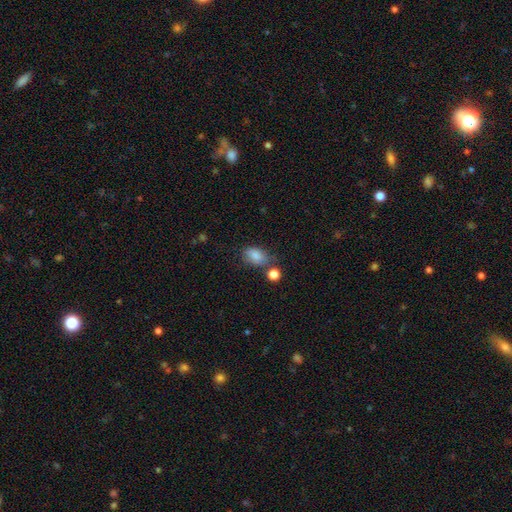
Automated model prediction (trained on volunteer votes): smooth_or_featured: smooth (p=0.83) [alt: star or artifact p=0.09]
how_rounded: in between (p=0.82) [alt: round p=0.17]
merging: none (p=0.57) [alt: minor disturbance p=0.23]